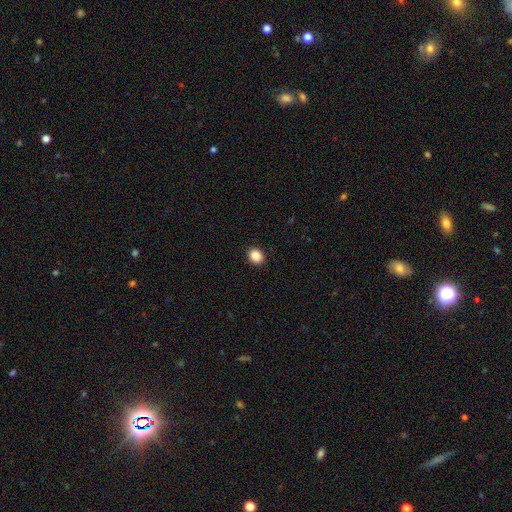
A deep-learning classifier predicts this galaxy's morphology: smooth-or-featured: smooth: 88% | star or artifact: 9% | featured or disk: 3%
  how-rounded: round: 66% | in between: 33% | cigar-shaped: 1%
  merging: none: 92% | minor disturbance: 6% | major disturbance: 2% | merger: 1%